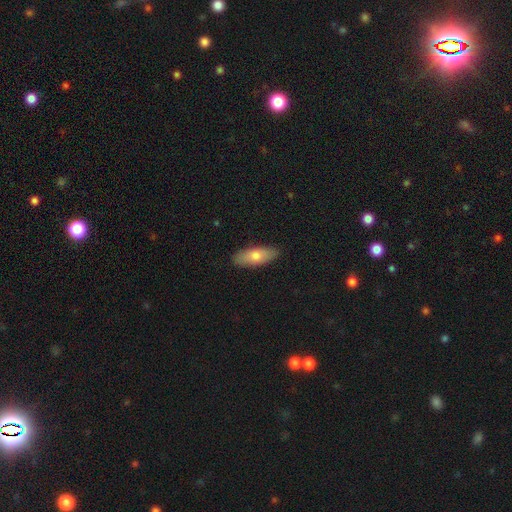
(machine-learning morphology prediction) The model was most divided on "how rounded": in between: 72%, cigar-shaped: 25%, round: 3%. More confident: merging — none (88%); smooth or featured — smooth (73%).